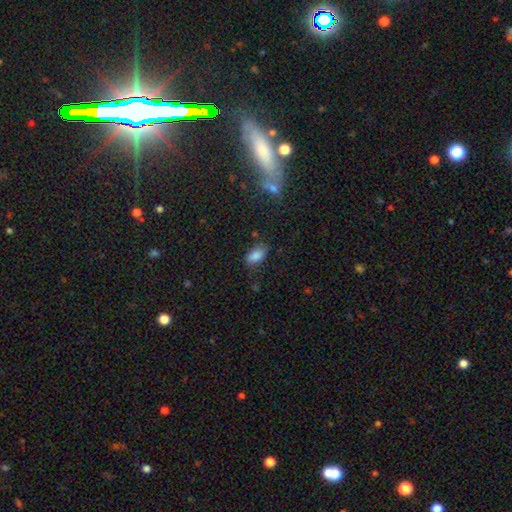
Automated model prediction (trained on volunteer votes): The model was most divided on "merging": none: 72%, minor disturbance: 20%, major disturbance: 5%, merger: 3%. More confident: how rounded — in between (91%); smooth or featured — smooth (84%).